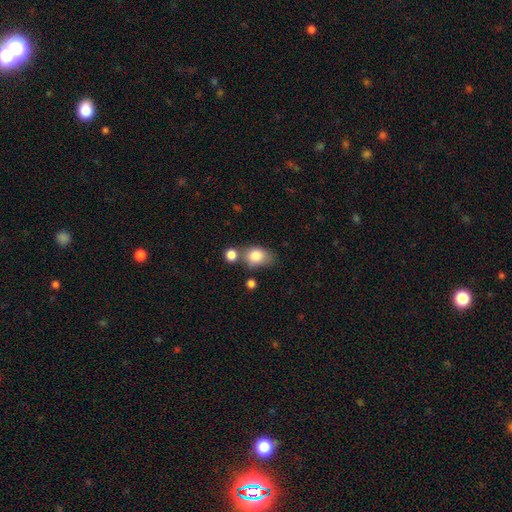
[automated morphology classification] This is clearly a smooth galaxy (82%). How rounded: likely in between (67%). Merging: possibly none (49%).